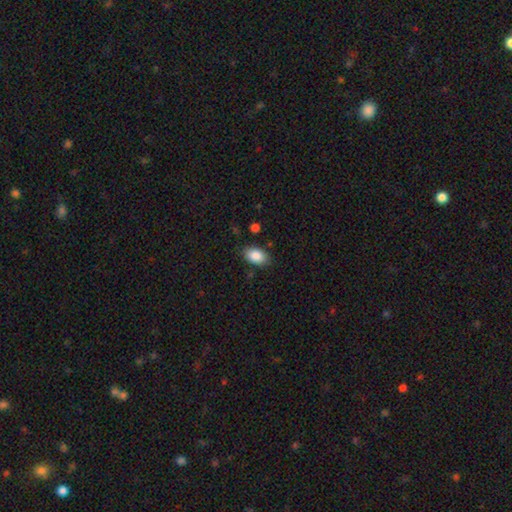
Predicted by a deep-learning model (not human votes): smooth-or-featured: smooth: 87% | star or artifact: 7% | featured or disk: 6%
  how-rounded: in between: 90% | round: 9% | cigar-shaped: 1%
  merging: none: 84% | minor disturbance: 11% | major disturbance: 3% | merger: 2%